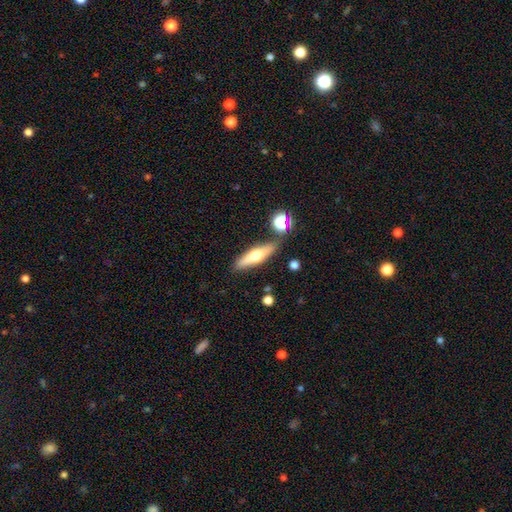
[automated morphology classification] featured or disk 51%, smooth 42%, star or artifact 7%. Down the decision tree: edge-on disk — yes (90%); merging — none (83%).